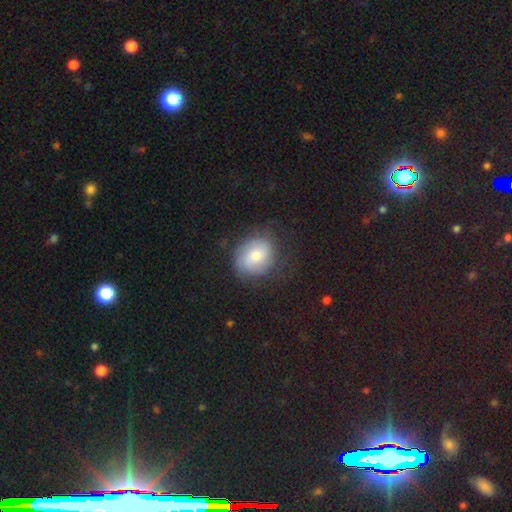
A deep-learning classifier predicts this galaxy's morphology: A smooth galaxy with no disk features (59%) that is round (60%). Merging: none (69%).